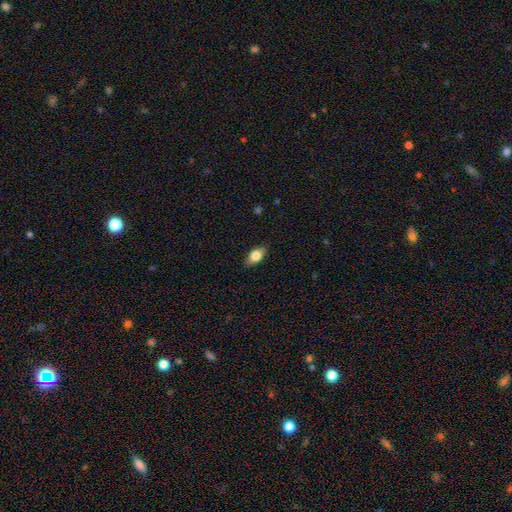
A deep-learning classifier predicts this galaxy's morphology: Overall: smooth (76%). How rounded: in between (86%). Merging: none (84%).